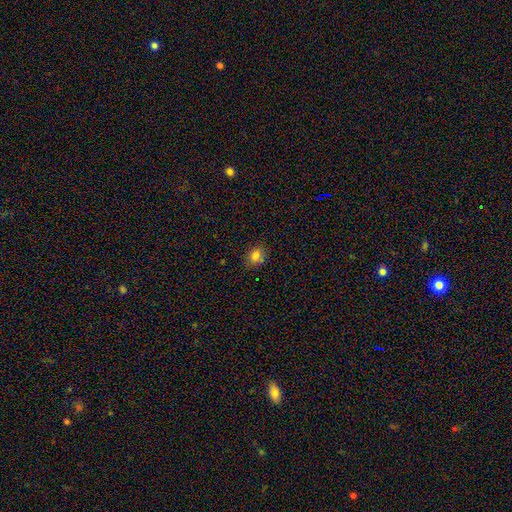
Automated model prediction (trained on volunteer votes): Smooth or featured?
  - smooth: 80% *
  - star or artifact: 13%
  - featured or disk: 7%
How rounded?
  - round: 54% *
  - in between: 45%
  - cigar-shaped: 1%
Merging?
  - none: 79% *
  - minor disturbance: 13%
  - merger: 5%
  - major disturbance: 3%